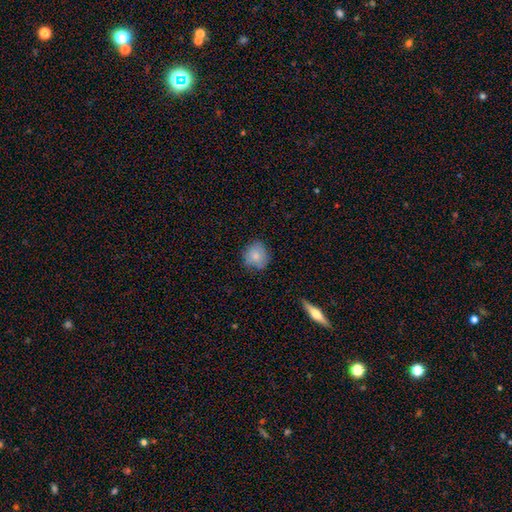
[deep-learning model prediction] smooth-or-featured: smooth: 80% | featured or disk: 11% | star or artifact: 8%
  how-rounded: round: 84% | in between: 15% | cigar-shaped: 1%
  merging: none: 75% | minor disturbance: 20% | major disturbance: 4% | merger: 1%